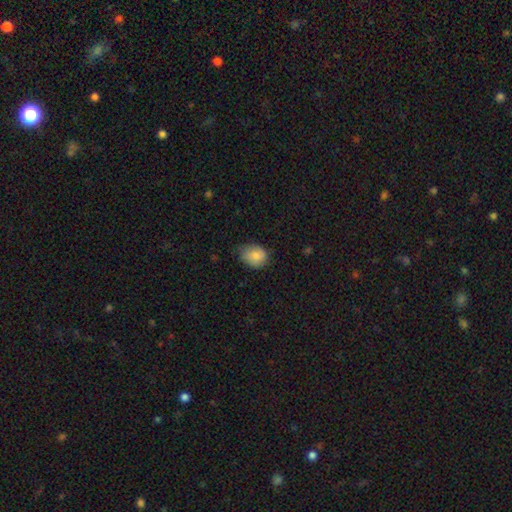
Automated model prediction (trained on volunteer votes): Morphology: type=smooth (83%); roundness=in between (51%); merging=none (62%).